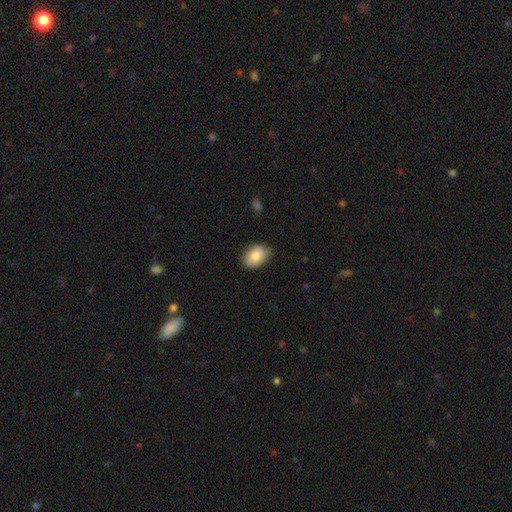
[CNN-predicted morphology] A smooth galaxy with no disk features (81%) that is in between round and cigar-shaped (74%). Merging: none (80%).